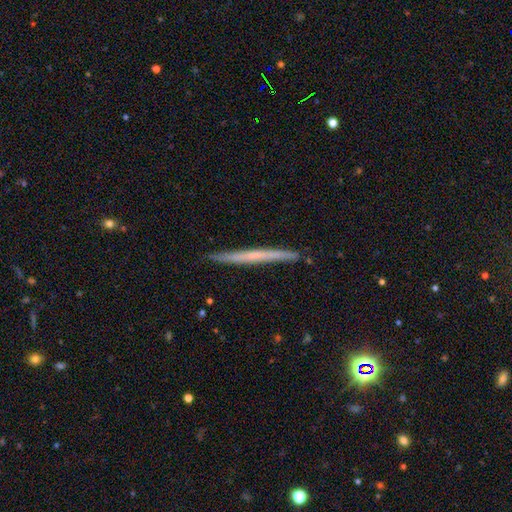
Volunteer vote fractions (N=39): Q: Smooth or featured?
A: featured or disk (62%); runner-up: smooth (31%)
Q: Edge-on disk?
A: yes (96%); runner-up: no (4%)
Q: Edge-on bulge?
A: none (74%); runner-up: rounded (17%)
Q: Merging?
A: none (83%); runner-up: minor disturbance (17%)